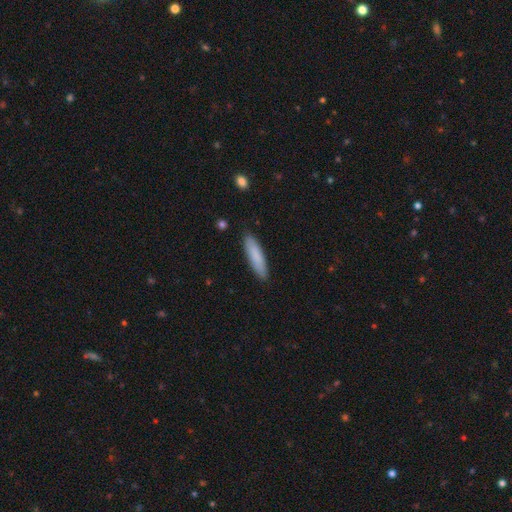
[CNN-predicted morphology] Q: Smooth or featured?
A: smooth (84%); runner-up: featured or disk (11%)
Q: How rounded?
A: cigar-shaped (76%); runner-up: in between (23%)
Q: Merging?
A: none (88%); runner-up: minor disturbance (9%)